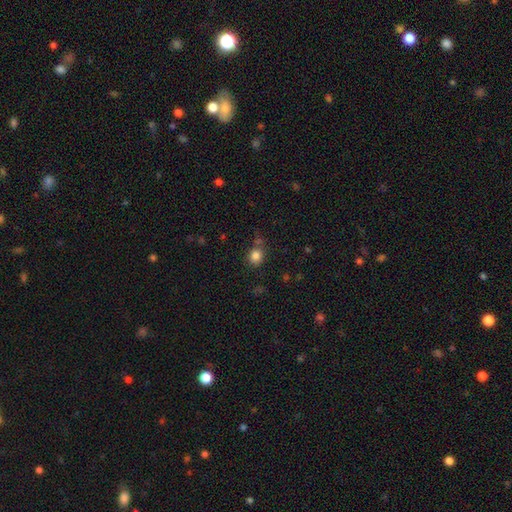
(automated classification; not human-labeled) Smooth or featured?
  - smooth: 83% *
  - star or artifact: 12%
  - featured or disk: 5%
How rounded?
  - round: 78% *
  - in between: 22%
  - cigar-shaped: 1%
Merging?
  - none: 73% *
  - minor disturbance: 13%
  - merger: 10%
  - major disturbance: 4%